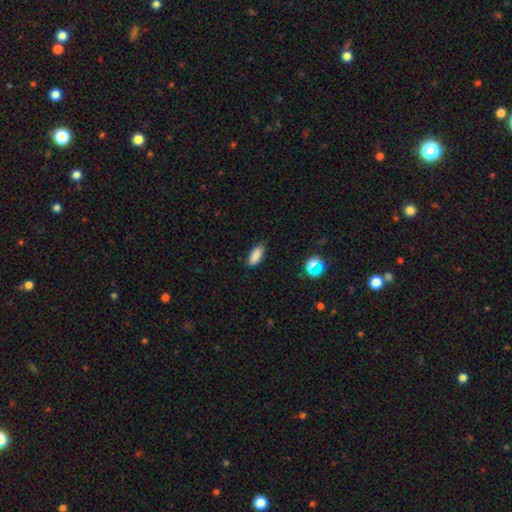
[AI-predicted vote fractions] smooth 85%, star or artifact 10%, featured or disk 5%. Down the decision tree: how rounded — in between (81%); merging — none (77%).